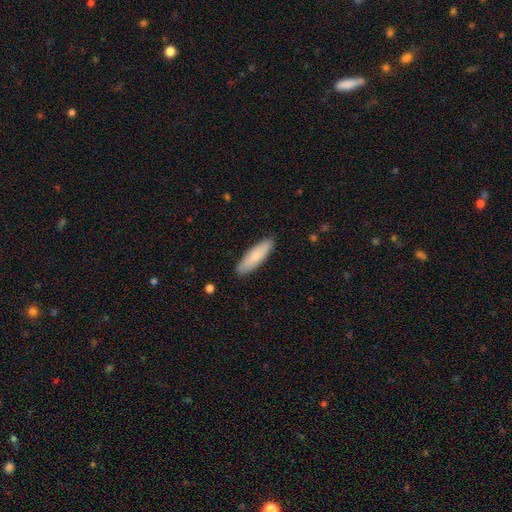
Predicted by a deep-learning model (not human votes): Smooth or featured: smooth — 82% (featured or disk — 12%)
How rounded: cigar-shaped — 63% (in between — 36%)
Merging: none — 89% (minor disturbance — 8%)